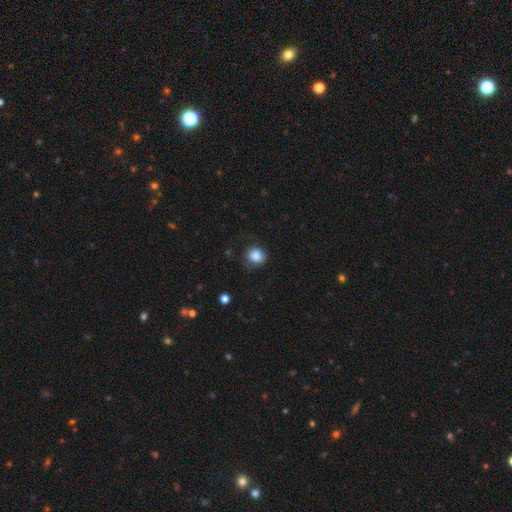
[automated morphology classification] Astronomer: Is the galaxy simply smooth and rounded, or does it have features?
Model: smooth — 84%.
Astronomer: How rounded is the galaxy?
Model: round — 86%.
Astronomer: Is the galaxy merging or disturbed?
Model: none — 78%.